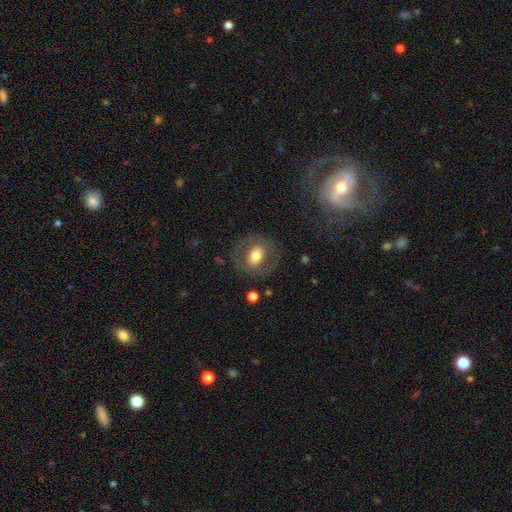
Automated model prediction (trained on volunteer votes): Overall: smooth (54%; featured or disk 38%). How rounded: round (57%; in between 42%). Merging: none (77%).